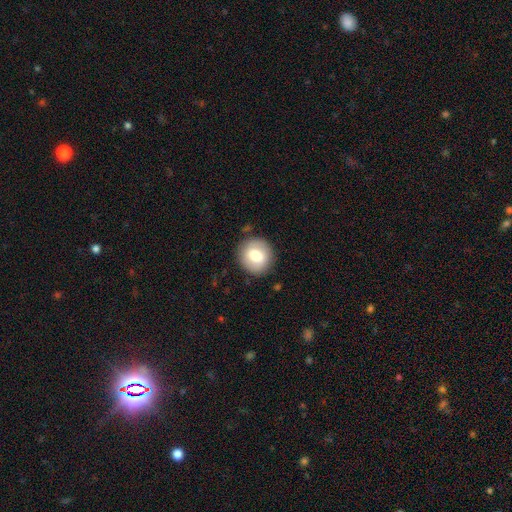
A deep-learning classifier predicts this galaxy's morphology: Overall: smooth (75%). How rounded: round (89%). Merging: none (87%).